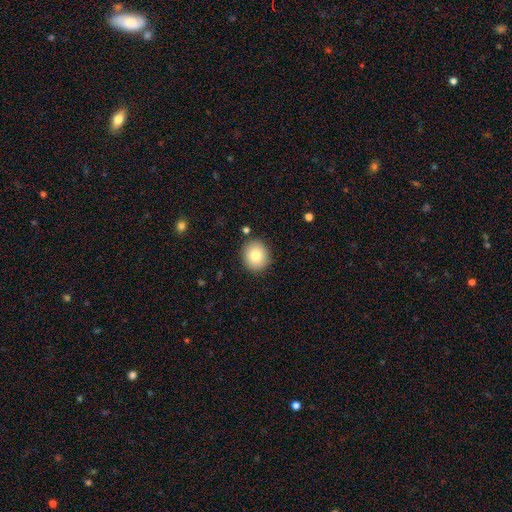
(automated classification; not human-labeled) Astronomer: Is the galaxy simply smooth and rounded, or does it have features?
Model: smooth — 81%.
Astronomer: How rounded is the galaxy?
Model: round — 79%.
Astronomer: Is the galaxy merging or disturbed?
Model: none — 88%.